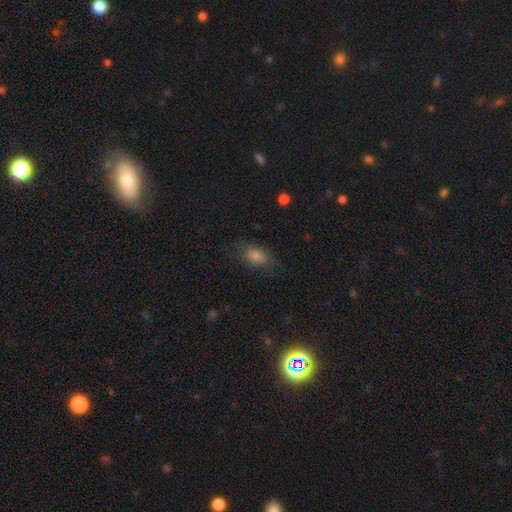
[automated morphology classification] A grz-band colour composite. It shows a smooth galaxy with no disk features (65%) that is in between round and cigar-shaped (80%). Merging: none (68%).